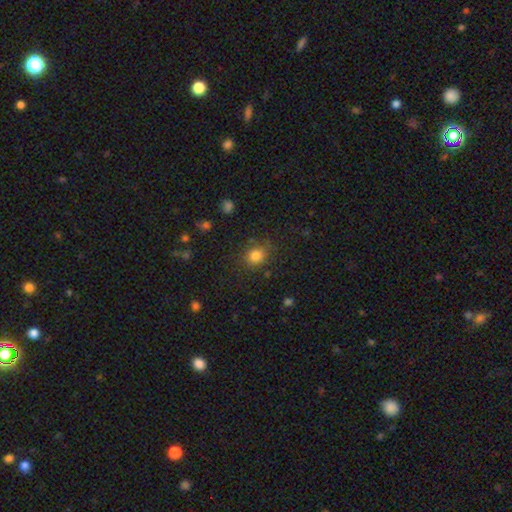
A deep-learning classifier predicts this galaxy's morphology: smooth 81%, star or artifact 13%, featured or disk 6%. Down the decision tree: how rounded — round (73%); merging — none (81%).